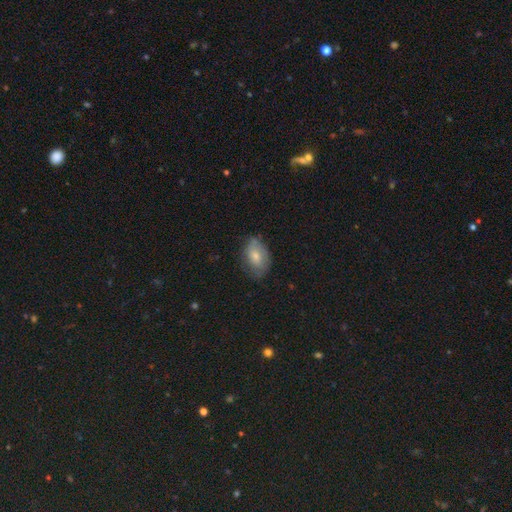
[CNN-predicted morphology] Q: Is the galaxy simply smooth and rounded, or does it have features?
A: smooth — 68%.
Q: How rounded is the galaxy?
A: in between — 89%.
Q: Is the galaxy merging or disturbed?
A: none — 63%.